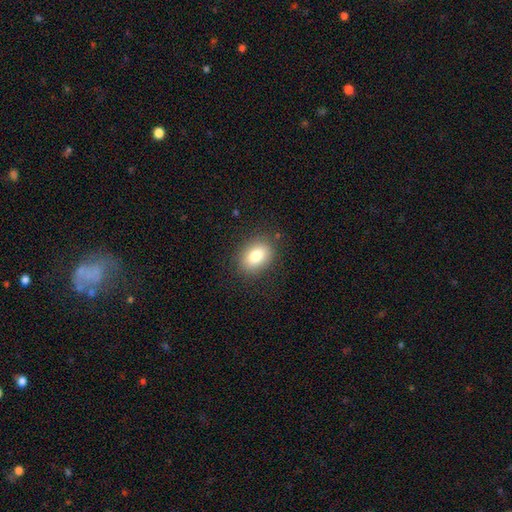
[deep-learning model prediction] The model was most divided on "how rounded": in between: 74%, round: 25%, cigar-shaped: 1%. More confident: merging — none (85%); smooth or featured — smooth (81%).